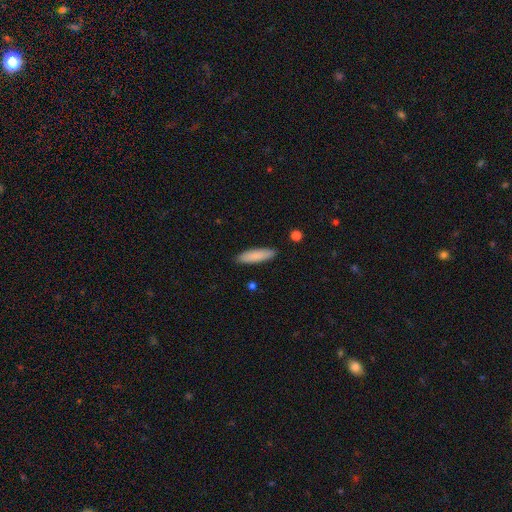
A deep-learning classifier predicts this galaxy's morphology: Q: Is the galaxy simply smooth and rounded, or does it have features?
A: smooth — 86%.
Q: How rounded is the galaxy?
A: cigar-shaped — 65%.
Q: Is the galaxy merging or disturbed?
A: none — 89%.